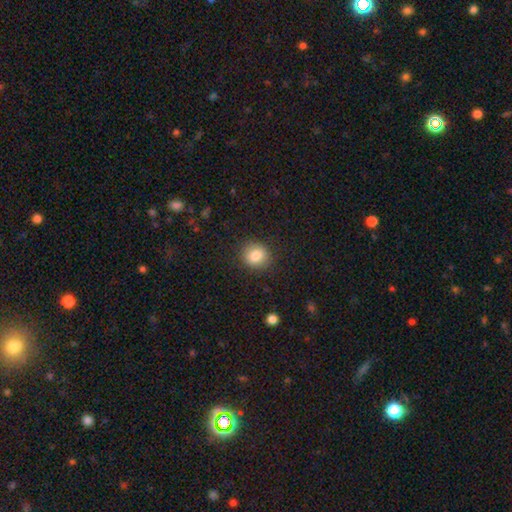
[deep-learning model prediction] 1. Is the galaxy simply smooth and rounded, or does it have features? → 83% smooth, 10% star or artifact, 7% featured or disk.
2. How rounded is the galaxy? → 80% round, 19% in between, 1% cigar-shaped.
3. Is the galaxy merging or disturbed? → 87% none, 9% minor disturbance, 3% major disturbance, 1% merger.